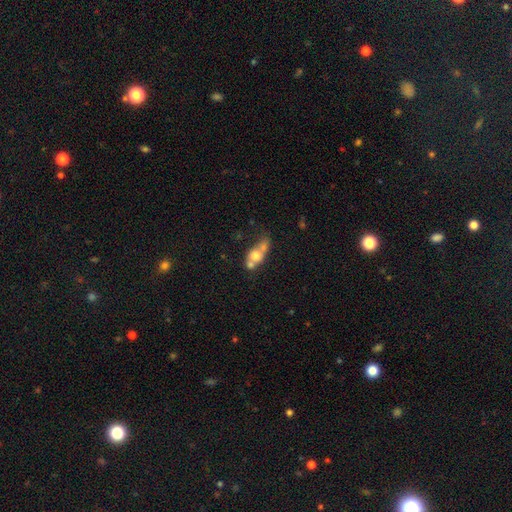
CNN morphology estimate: Smooth or featured: smooth — 61% (featured or disk — 28%)
How rounded: in between — 47% (round — 46%)
Merging: merger — 57% (none — 25%)